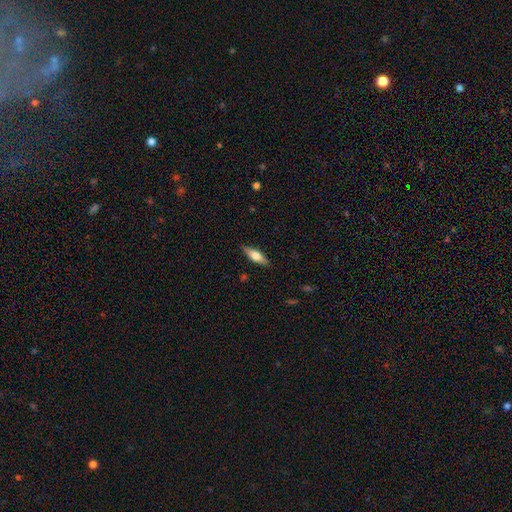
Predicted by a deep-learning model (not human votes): smooth_or_featured: smooth (p=0.52) [alt: featured or disk p=0.42]
how_rounded: cigar-shaped (p=0.51) [alt: in between p=0.46]
merging: none (p=0.86) [alt: minor disturbance p=0.11]